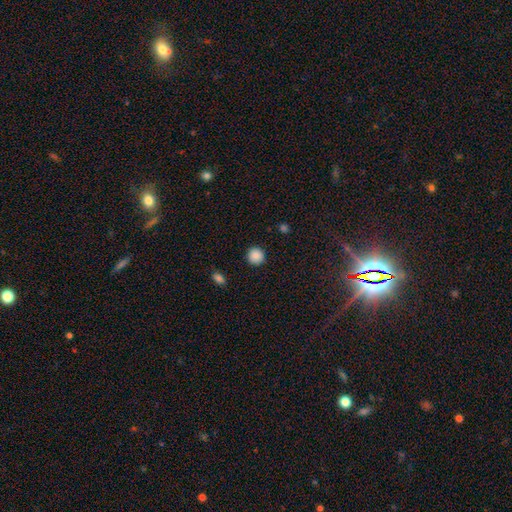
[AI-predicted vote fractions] This is clearly a smooth galaxy (88%). How rounded: clearly round (94%). Merging: clearly none (92%).